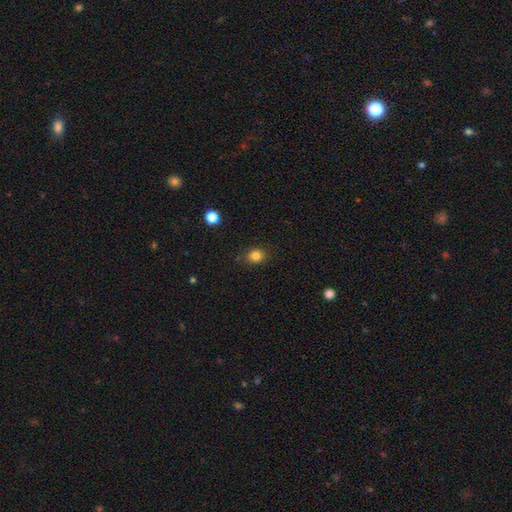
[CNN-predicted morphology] Overall: smooth (83%). How rounded: round (67%; in between 32%). Merging: none (85%).